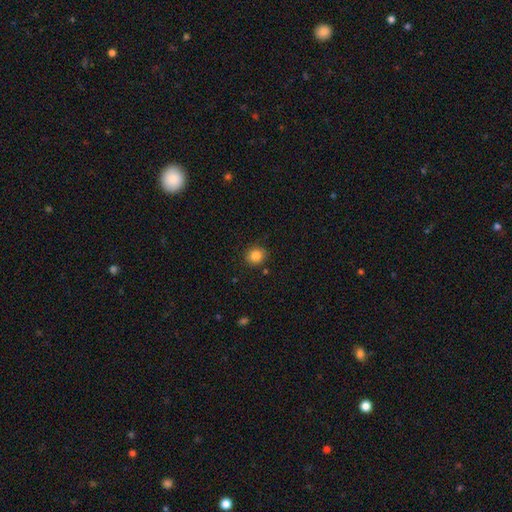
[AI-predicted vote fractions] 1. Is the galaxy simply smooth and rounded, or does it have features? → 84% smooth, 11% star or artifact, 5% featured or disk.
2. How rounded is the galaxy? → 83% round, 17% in between, 1% cigar-shaped.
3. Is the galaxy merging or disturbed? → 87% none, 8% minor disturbance, 2% major disturbance, 2% merger.